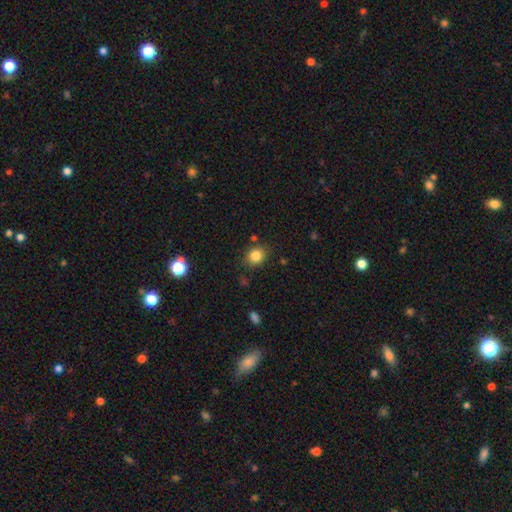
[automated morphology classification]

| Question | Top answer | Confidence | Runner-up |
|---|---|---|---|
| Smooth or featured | smooth | 83% | star or artifact (11%) |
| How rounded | round | 67% | in between (32%) |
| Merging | none | 82% | minor disturbance (11%) |